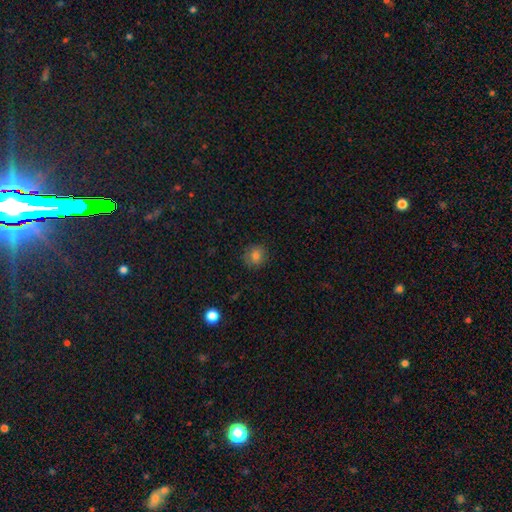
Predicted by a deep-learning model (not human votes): Smooth or featured? smooth (78%)
How rounded? round (83%)
Merging? none (84%)